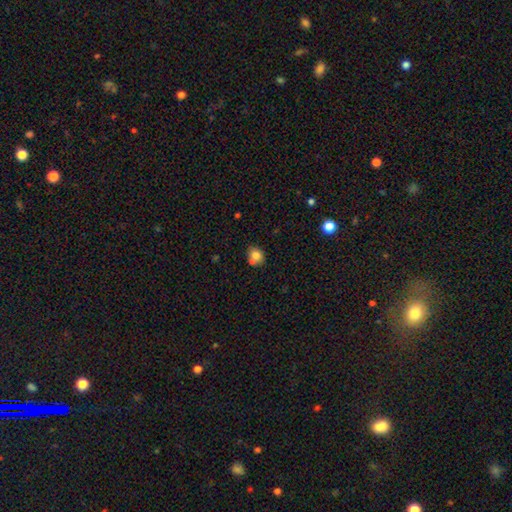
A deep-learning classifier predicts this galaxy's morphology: type=smooth (78%); roundness=round (63%); merging=none (59%).